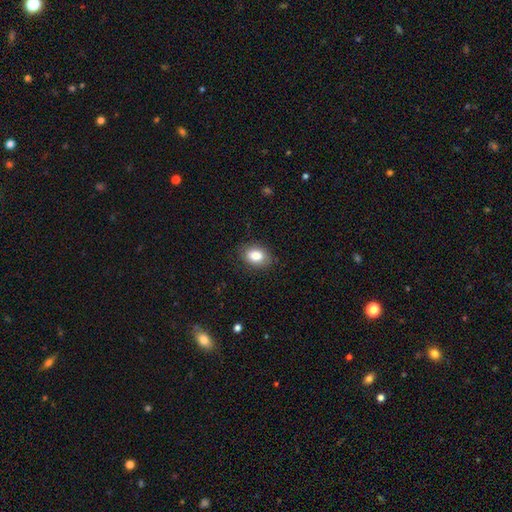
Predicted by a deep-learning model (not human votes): Morphology: type=smooth (84%); roundness=in between (81%); merging=none (82%).